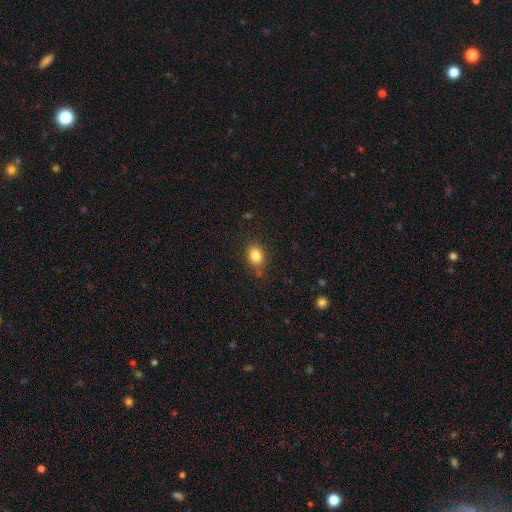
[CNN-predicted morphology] This appears to be a smooth galaxy with no disk features (83%) that is in between round and cigar-shaped (63%). Merging: none (77%).